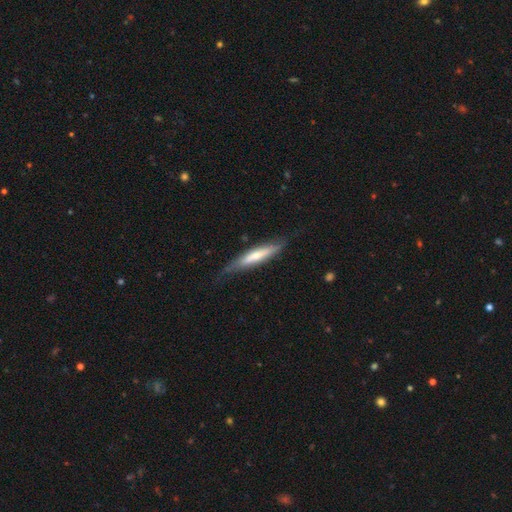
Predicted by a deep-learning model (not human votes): Overall: featured or disk (48%; smooth 46%). Merging: none (72%).